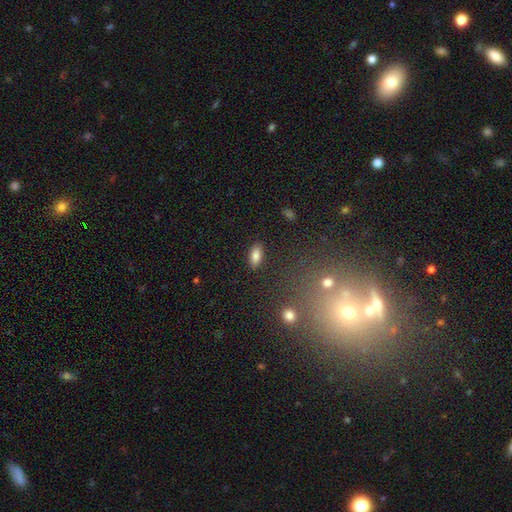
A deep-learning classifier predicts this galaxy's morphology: A smooth galaxy with no disk features (83%) that is in between round and cigar-shaped (88%).

Vote fractions:
- Smooth or featured? smooth: 83% / star or artifact: 9% / featured or disk: 8%
- How rounded? in between: 88% / cigar-shaped: 9% / round: 3%
- Merging? none: 87% / minor disturbance: 9% / major disturbance: 2% / merger: 2%